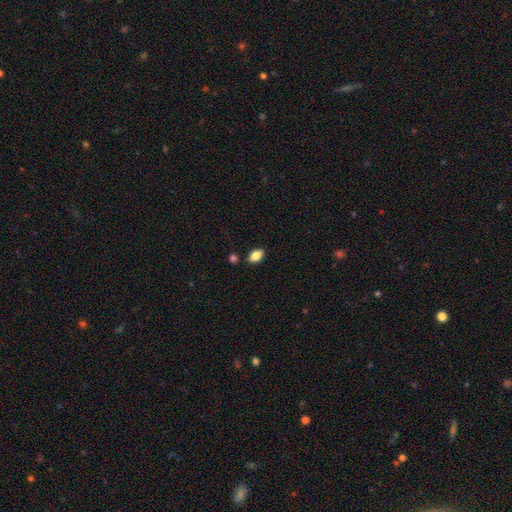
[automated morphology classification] This is clearly a smooth galaxy (85%). How rounded: clearly in between (90%). Merging: clearly none (86%).